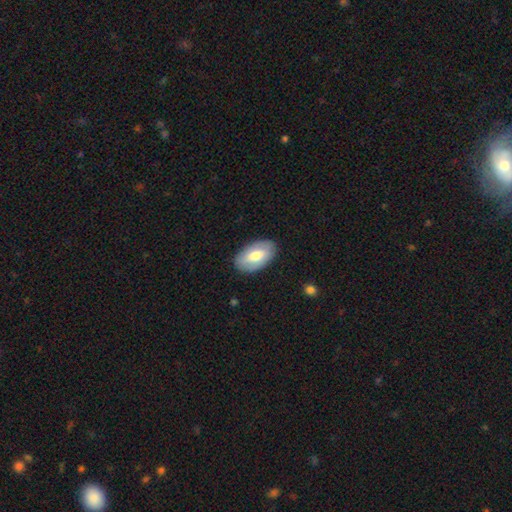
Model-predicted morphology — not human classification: smooth_or_featured: smooth (p=0.61) [alt: featured or disk p=0.33]
how_rounded: in between (p=0.94) [alt: round p=0.04]
merging: none (p=0.86) [alt: minor disturbance p=0.10]